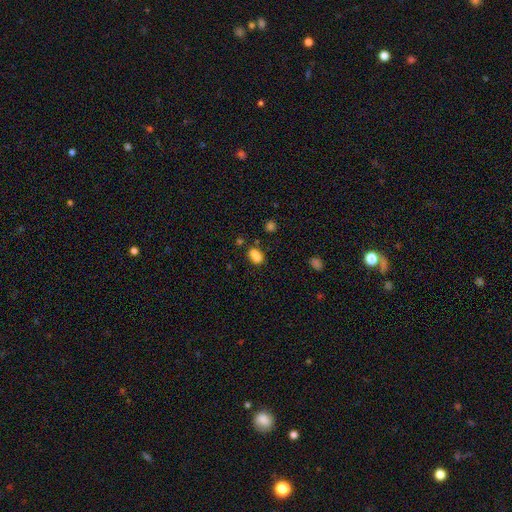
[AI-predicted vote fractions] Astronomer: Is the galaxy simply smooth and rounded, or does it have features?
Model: smooth — 77%.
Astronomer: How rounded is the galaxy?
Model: in between — 66%.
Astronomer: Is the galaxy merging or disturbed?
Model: none — 42% (runner-up: merger, 38%).